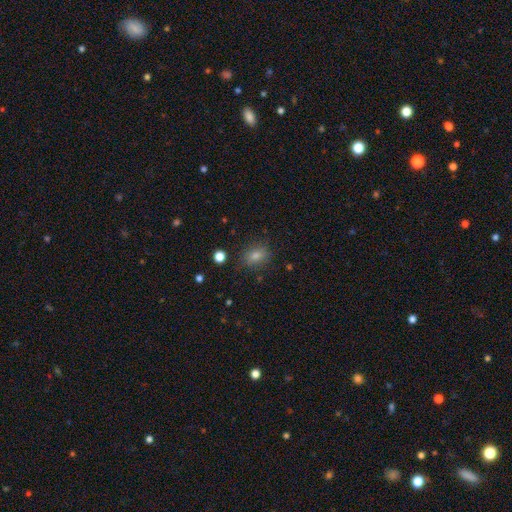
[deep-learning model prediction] Smooth or featured: smooth — 73% (star or artifact — 17%)
How rounded: in between — 58% (round — 40%)
Merging: none — 83% (minor disturbance — 12%)